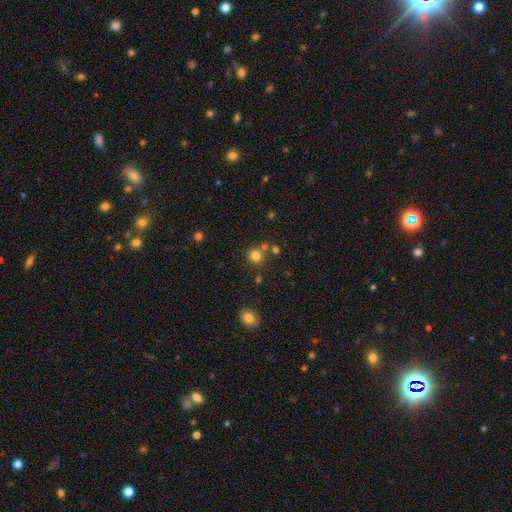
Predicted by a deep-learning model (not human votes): smooth_or_featured: smooth (p=0.78) [alt: star or artifact p=0.16]
how_rounded: round (p=0.93) [alt: in between p=0.07]
merging: none (p=0.74) [alt: merger p=0.16]